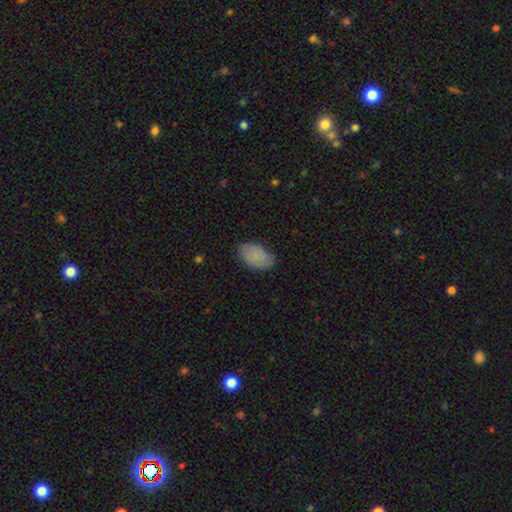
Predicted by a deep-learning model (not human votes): Smooth or featured? Predicted: smooth (p=0.81). How rounded? Predicted: in between (p=0.92). Merging? Predicted: none (p=0.75).